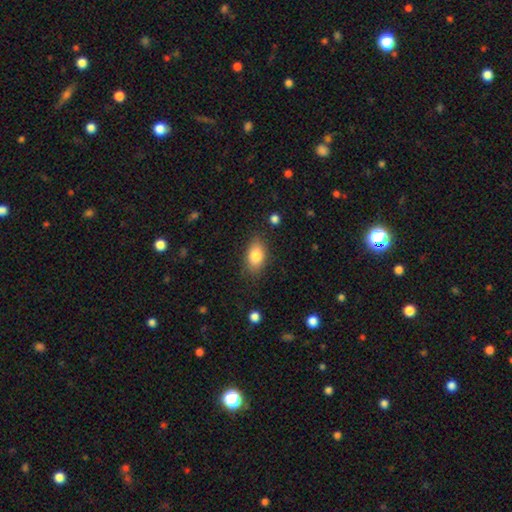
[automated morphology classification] A smooth galaxy with no disk features (83%) that is in between round and cigar-shaped (88%). Merging: none (81%).